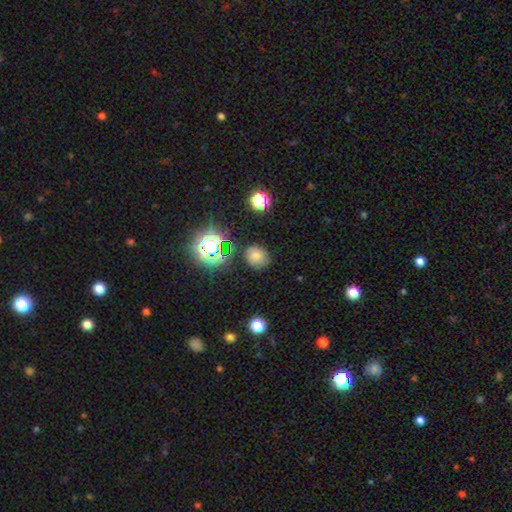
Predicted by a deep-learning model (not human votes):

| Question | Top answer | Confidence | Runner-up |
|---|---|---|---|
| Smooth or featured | smooth | 67% | star or artifact (22%) |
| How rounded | round | 65% | in between (34%) |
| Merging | none | 76% | minor disturbance (16%) |